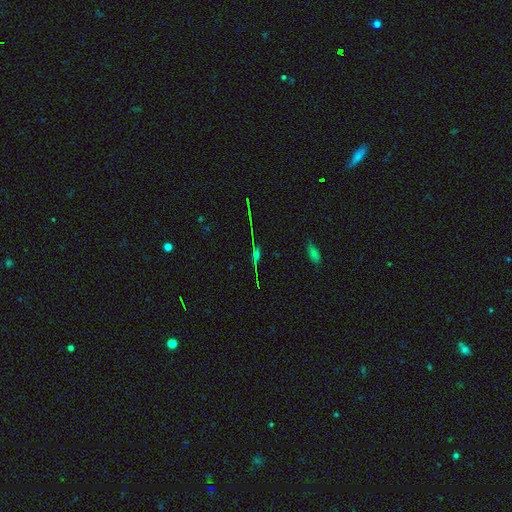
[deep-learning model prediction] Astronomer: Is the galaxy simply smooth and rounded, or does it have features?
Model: star or artifact — 42% (runner-up: featured or disk, 40%).